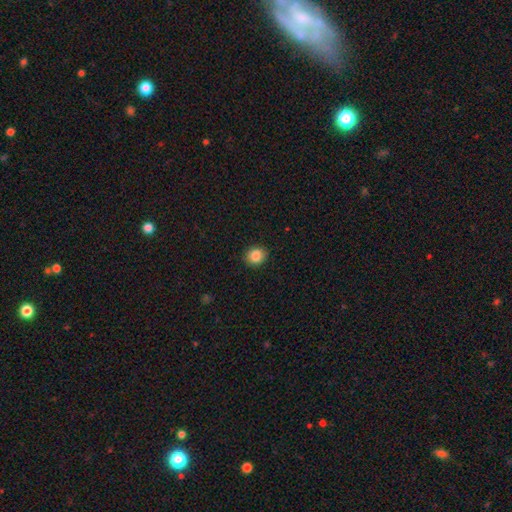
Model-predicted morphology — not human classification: smooth 86%, star or artifact 9%, featured or disk 5%. Down the decision tree: how rounded — round (72%); merging — none (91%).